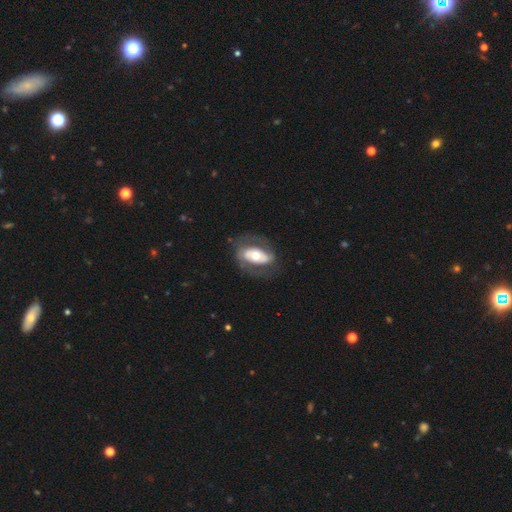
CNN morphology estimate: This appears to be a featured or disk galaxy (62%) with no bar (63%), no spiral arms (54%) and a moderate central bulge (67%). Merging: none (70%).